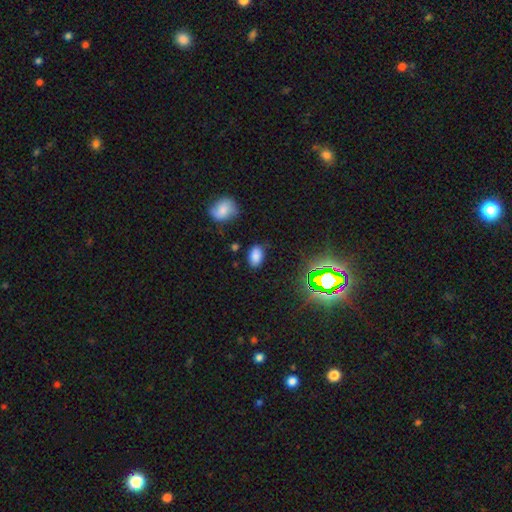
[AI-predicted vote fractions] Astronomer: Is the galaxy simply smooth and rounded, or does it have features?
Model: smooth — 79%.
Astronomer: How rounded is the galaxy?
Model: in between — 90%.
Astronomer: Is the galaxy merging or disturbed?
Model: none — 79%.